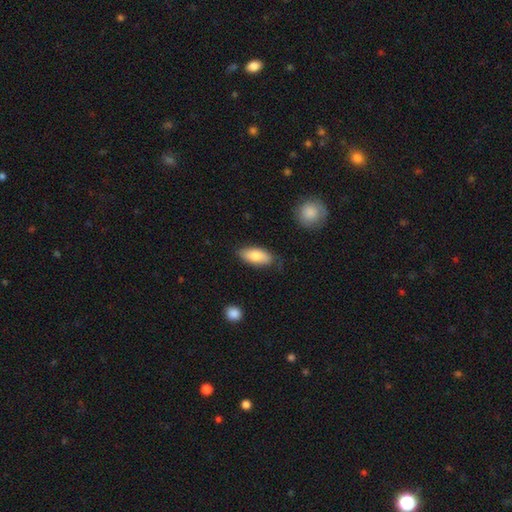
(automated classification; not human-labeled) Smooth or featured? Predicted: smooth (p=0.80). How rounded? Predicted: in between (p=0.88). Merging? Predicted: none (p=0.76).